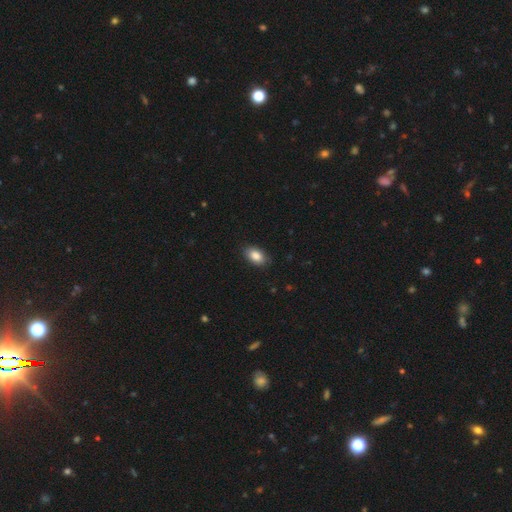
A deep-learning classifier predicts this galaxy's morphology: A smooth galaxy with no disk features (87%) that is in between round and cigar-shaped (92%). Merging: none (87%).